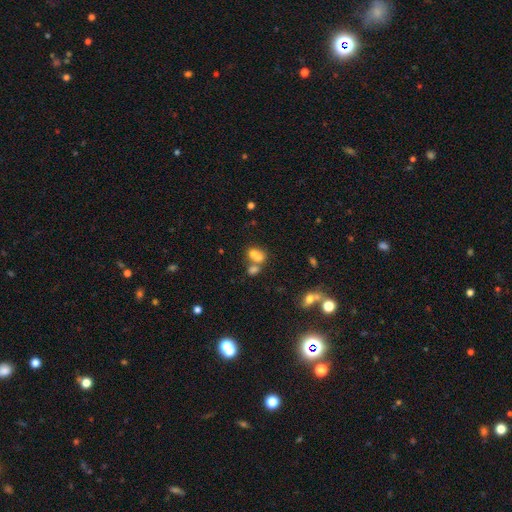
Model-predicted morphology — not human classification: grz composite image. It shows a smooth galaxy with no disk features (66%) that is in between round and cigar-shaped (52%). Merging: merger (63%).